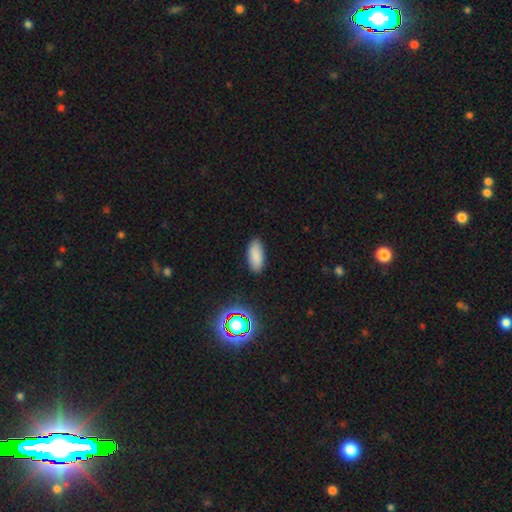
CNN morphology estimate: Smooth or featured: smooth — 85% (star or artifact — 10%)
How rounded: in between — 85% (cigar-shaped — 13%)
Merging: none — 87% (minor disturbance — 10%)